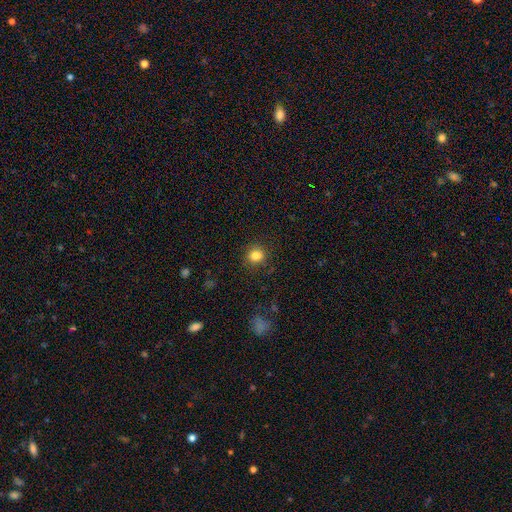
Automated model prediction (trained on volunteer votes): smooth-or-featured: smooth: 83% | star or artifact: 11% | featured or disk: 6%
  how-rounded: round: 78% | in between: 21% | cigar-shaped: 1%
  merging: none: 85% | minor disturbance: 10% | major disturbance: 3% | merger: 2%